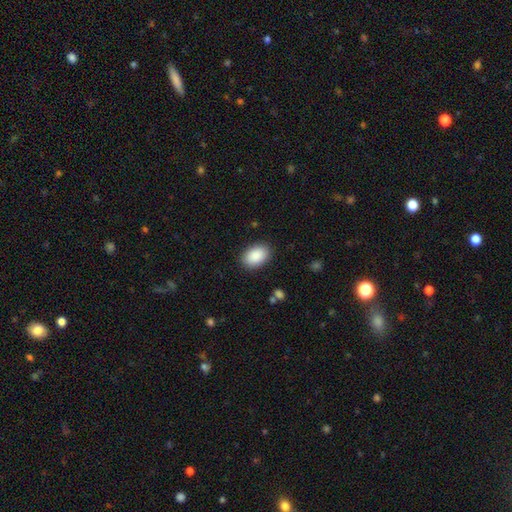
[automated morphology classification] smooth-or-featured: smooth: 90% | star or artifact: 6% | featured or disk: 4%
  how-rounded: in between: 88% | round: 11% | cigar-shaped: 1%
  merging: none: 88% | minor disturbance: 9% | major disturbance: 2% | merger: 1%